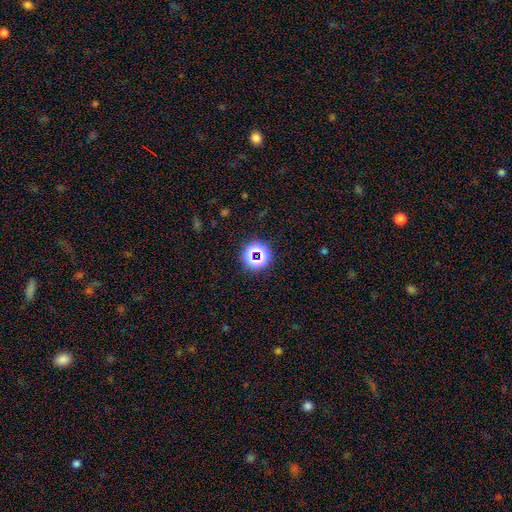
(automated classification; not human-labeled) This appears to be a star or artifact, not a galaxy (60%).